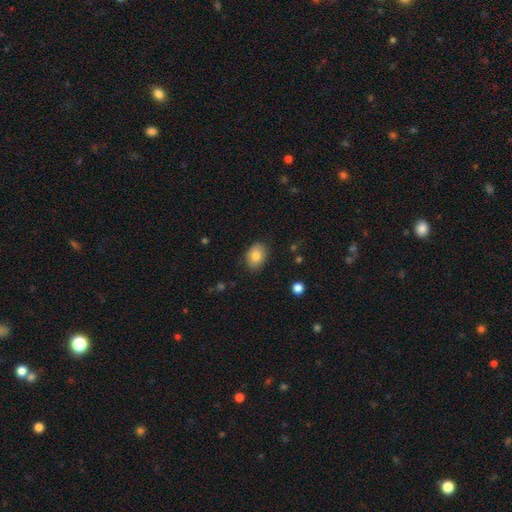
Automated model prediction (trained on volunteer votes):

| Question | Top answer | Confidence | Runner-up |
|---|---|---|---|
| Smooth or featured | smooth | 81% | featured or disk (11%) |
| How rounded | in between | 71% | round (28%) |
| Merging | none | 84% | minor disturbance (12%) |